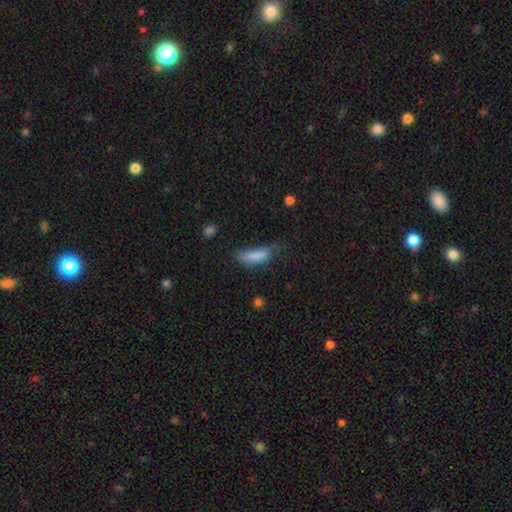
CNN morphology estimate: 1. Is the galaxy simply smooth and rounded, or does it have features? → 81% smooth, 12% featured or disk, 8% star or artifact.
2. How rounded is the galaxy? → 61% in between, 37% cigar-shaped, 3% round.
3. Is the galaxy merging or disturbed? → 36% minor disturbance, 31% none, 30% major disturbance, 4% merger.